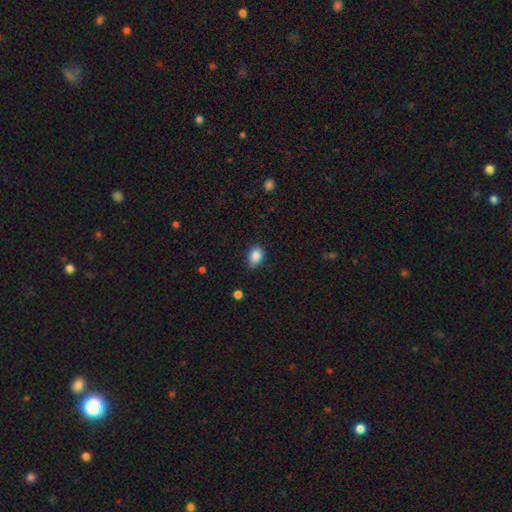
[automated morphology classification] Smooth or featured?
  - smooth: 87% *
  - star or artifact: 9%
  - featured or disk: 4%
How rounded?
  - in between: 62% *
  - round: 37%
  - cigar-shaped: 1%
Merging?
  - none: 76% *
  - minor disturbance: 20%
  - major disturbance: 3%
  - merger: 1%